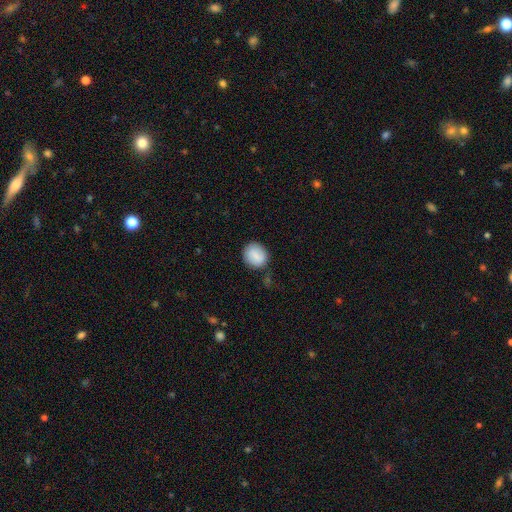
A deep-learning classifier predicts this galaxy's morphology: smooth_or_featured: smooth (p=0.85) [alt: featured or disk p=0.08]
how_rounded: round (p=0.77) [alt: in between p=0.22]
merging: none (p=0.78) [alt: minor disturbance p=0.14]